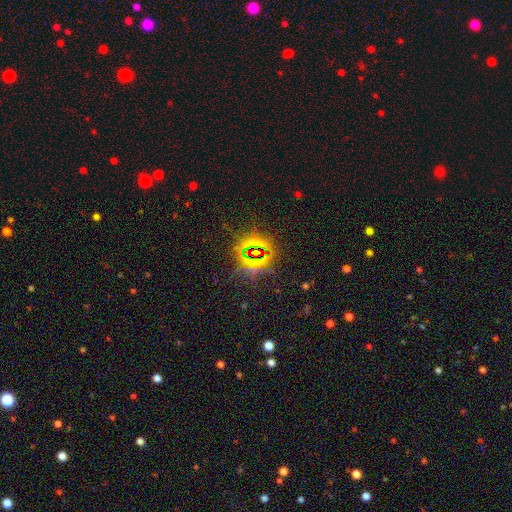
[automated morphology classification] smooth-or-featured: star or artifact: 80% | smooth: 12% | featured or disk: 8%